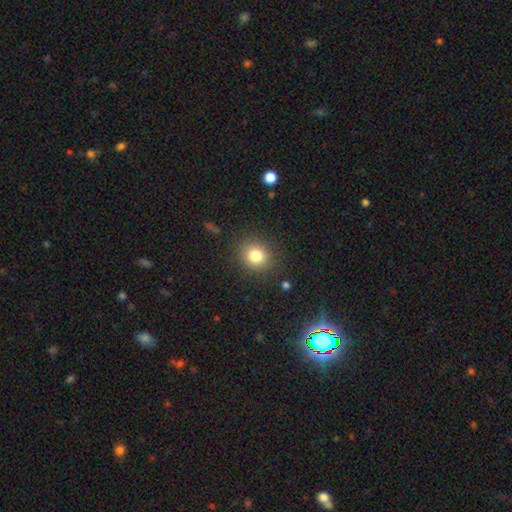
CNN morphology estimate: Smooth or featured: smooth — 81% (star or artifact — 12%)
How rounded: round — 80% (in between — 19%)
Merging: none — 87% (minor disturbance — 9%)